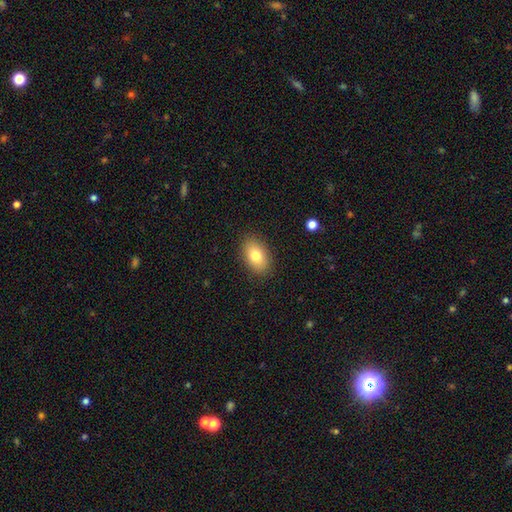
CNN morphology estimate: A smooth galaxy with no disk features (79%) that is in between round and cigar-shaped (88%). Merging: none (87%).